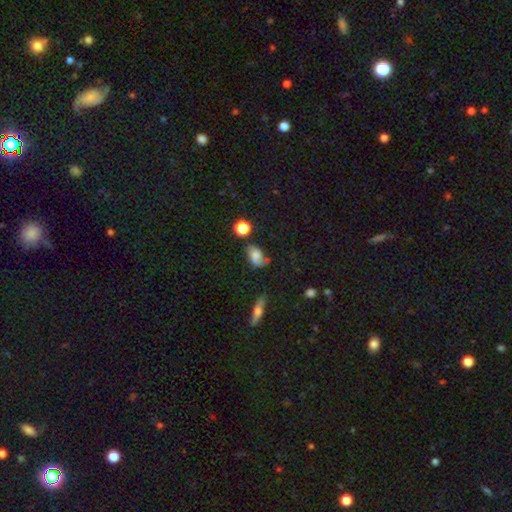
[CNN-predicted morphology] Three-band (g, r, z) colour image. It shows a smooth galaxy with no disk features (45%, tied with featured or disk). Merging: none (55%).